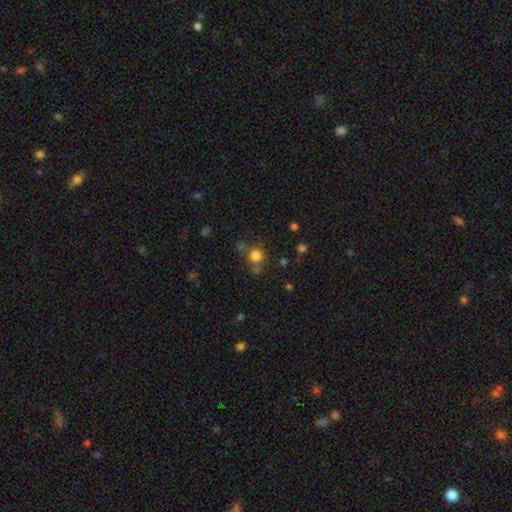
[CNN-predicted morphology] A smooth galaxy with no disk features (79%) that is round (91%). Merging: none (71%).